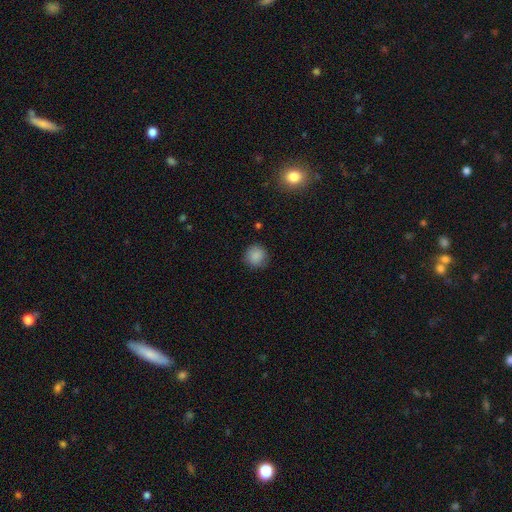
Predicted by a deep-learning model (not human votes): This appears to be a smooth galaxy with no disk features (87%) that is round (92%). Merging: none (84%).